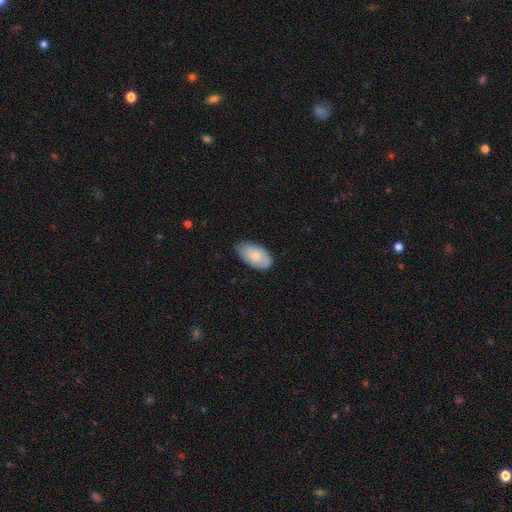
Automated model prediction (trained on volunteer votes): smooth 75%, featured or disk 19%, star or artifact 6%. Down the decision tree: how rounded — in between (94%); merging — none (68%).